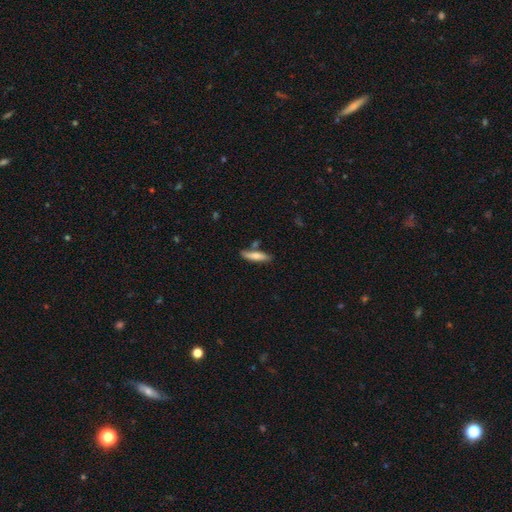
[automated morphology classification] The model was most divided on "smooth or featured": smooth: 71%, featured or disk: 22%, star or artifact: 6%. More confident: how rounded — cigar-shaped (77%); merging — none (74%).